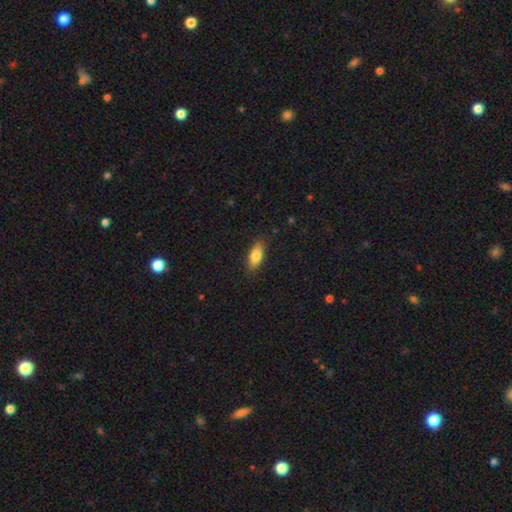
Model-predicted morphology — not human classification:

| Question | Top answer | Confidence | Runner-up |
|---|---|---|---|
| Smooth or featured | smooth | 83% | featured or disk (10%) |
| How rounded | in between | 85% | cigar-shaped (13%) |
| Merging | none | 84% | minor disturbance (12%) |